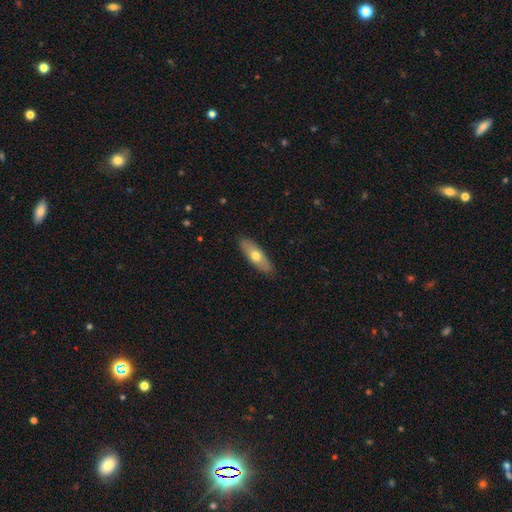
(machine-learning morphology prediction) smooth 59%, featured or disk 35%, star or artifact 6%. Down the decision tree: how rounded — in between (58%); merging — none (88%).